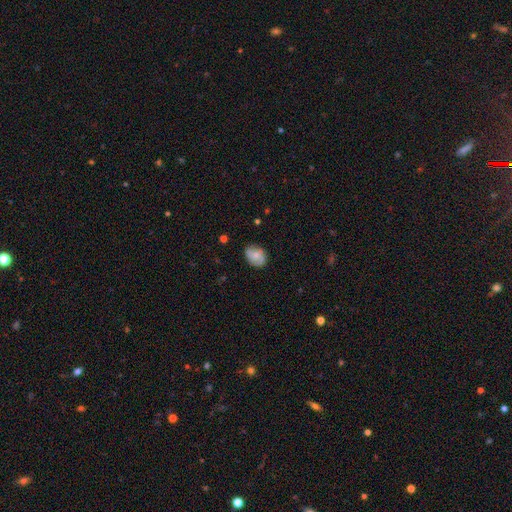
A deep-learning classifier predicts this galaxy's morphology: smooth 55%, featured or disk 37%, star or artifact 8%. Down the decision tree: how rounded — in between (60%); merging — none (73%).